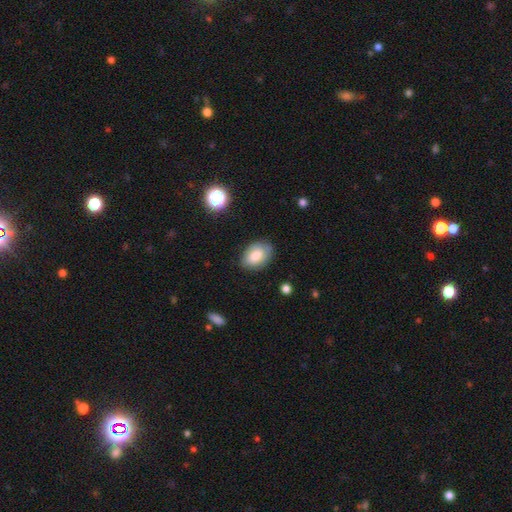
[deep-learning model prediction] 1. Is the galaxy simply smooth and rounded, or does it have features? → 78% smooth, 14% featured or disk, 8% star or artifact.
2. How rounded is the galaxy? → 84% in between, 14% round, 1% cigar-shaped.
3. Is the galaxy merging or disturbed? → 80% none, 16% minor disturbance, 3% major disturbance, 1% merger.